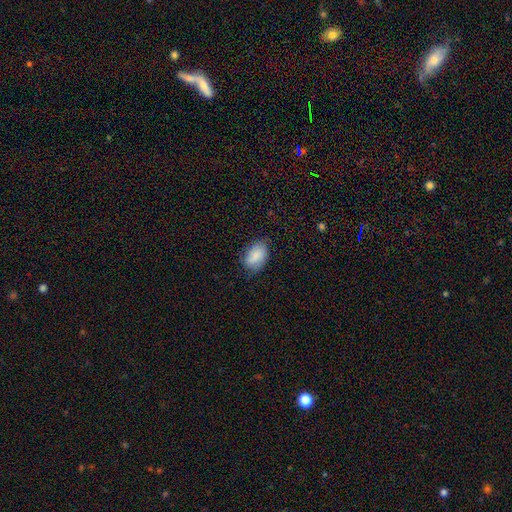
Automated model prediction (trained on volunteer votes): Q: Smooth or featured?
A: smooth (81%); runner-up: featured or disk (12%)
Q: How rounded?
A: in between (88%); runner-up: round (11%)
Q: Merging?
A: none (69%); runner-up: minor disturbance (24%)